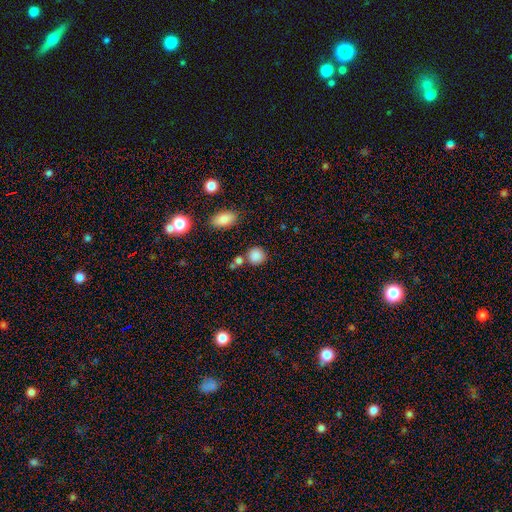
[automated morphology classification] Smooth or featured?
  - smooth: 86% *
  - star or artifact: 10%
  - featured or disk: 4%
How rounded?
  - round: 85% *
  - in between: 14%
  - cigar-shaped: 1%
Merging?
  - none: 74% *
  - minor disturbance: 12%
  - merger: 11%
  - major disturbance: 4%